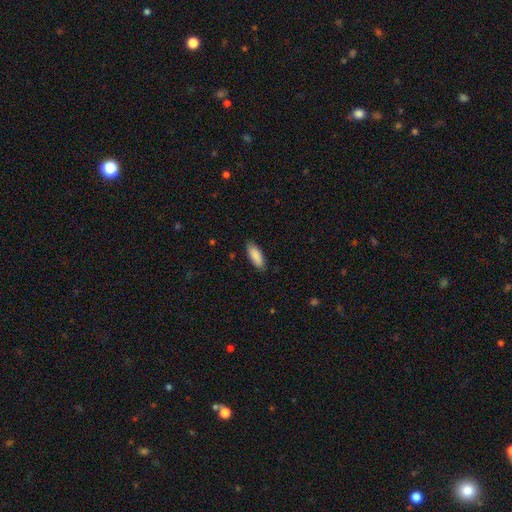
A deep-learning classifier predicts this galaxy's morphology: Smooth or featured?
  - smooth: 89% *
  - star or artifact: 6%
  - featured or disk: 5%
How rounded?
  - in between: 75% *
  - cigar-shaped: 23%
  - round: 2%
Merging?
  - none: 85% *
  - minor disturbance: 12%
  - major disturbance: 2%
  - merger: 1%